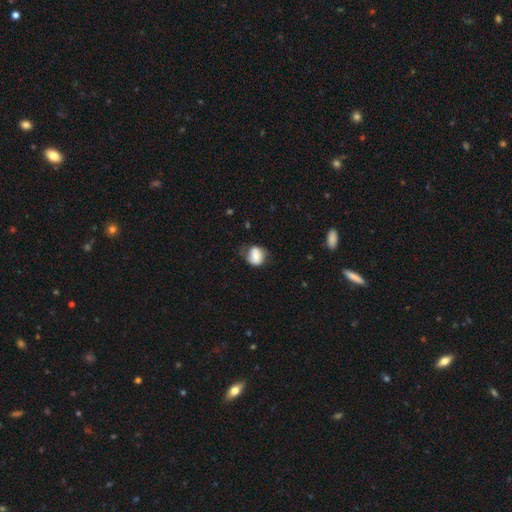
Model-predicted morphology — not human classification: The model was most divided on "merging": none: 50%, minor disturbance: 32%, major disturbance: 13%, merger: 5%. More confident: smooth or featured — smooth (72%); how rounded — round (60%).